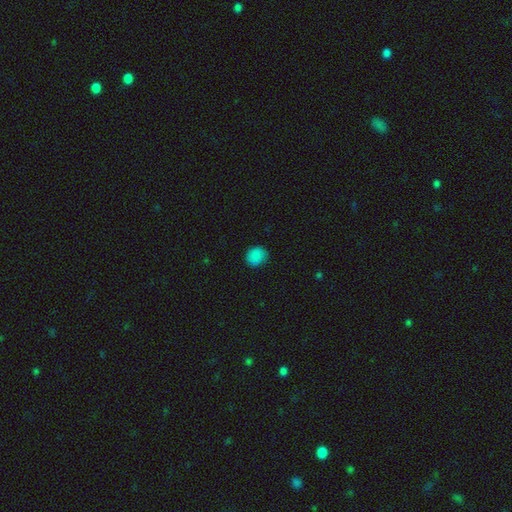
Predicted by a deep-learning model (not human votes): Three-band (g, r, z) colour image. It shows a smooth galaxy with no disk features (86%) that is round (81%). Merging: none (85%).